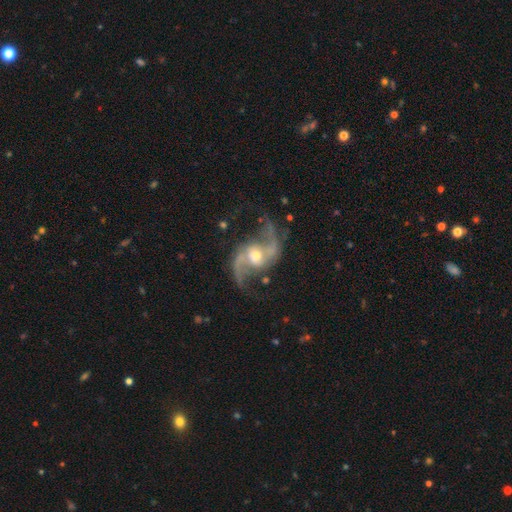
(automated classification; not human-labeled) A featured or disk galaxy (92%) with no bar (44%), 2 (94%) loose (66%) spiral arms (98%) and a moderate central bulge (58%).

Vote fractions:
- Smooth or featured? featured or disk: 92% / star or artifact: 5% / smooth: 3%
- Edge-on disk? no: 97% / yes: 3%
- Bar? no: 44% / weak: 38% / strong: 19%
- Spiral arms? yes: 98% / no: 2%
- Spiral winding? loose: 66% / medium: 29% / tight: 5%
- Spiral arm count? 2: 94% / can't tell: 1% / 3: 1% / 1: 1% / 4: 1% / more than 4: 1%
- Bulge size? moderate: 58% / small: 35% / large: 4% / none: 1% / dominant: 1%
- Merging? none: 76% / minor disturbance: 14% / major disturbance: 8% / merger: 2%